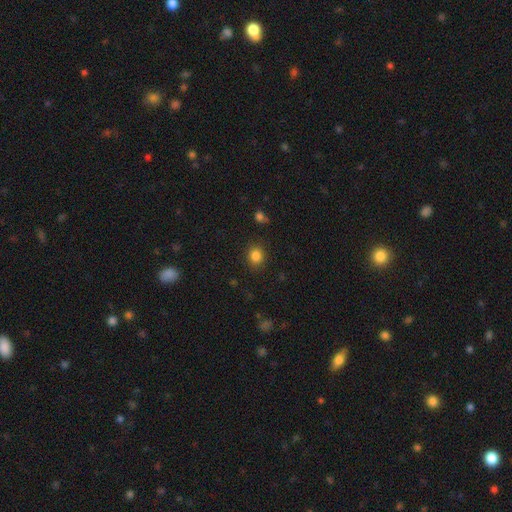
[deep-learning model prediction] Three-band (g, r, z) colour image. It shows a smooth galaxy with no disk features (84%) that is round (76%). Merging: none (88%).